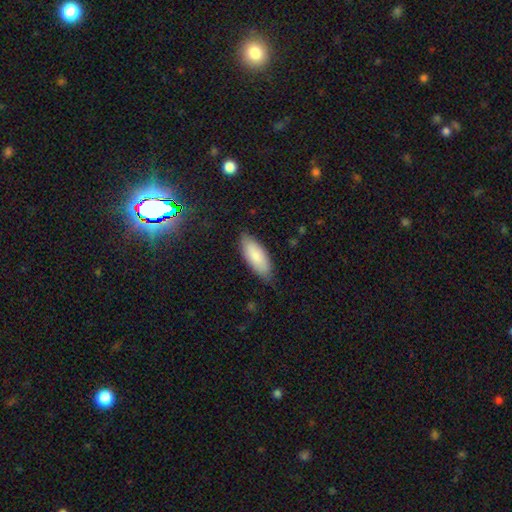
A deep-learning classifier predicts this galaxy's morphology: Smooth or featured? smooth (84%)
How rounded? in between (81%)
Merging? none (80%)